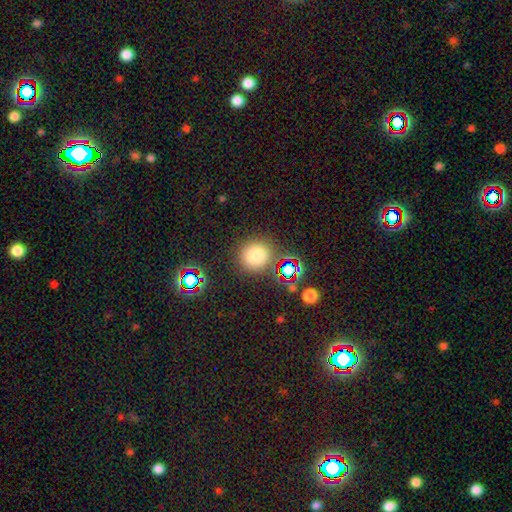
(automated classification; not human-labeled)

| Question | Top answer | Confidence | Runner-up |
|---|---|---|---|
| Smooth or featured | smooth | 75% | star or artifact (18%) |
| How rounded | round | 90% | in between (9%) |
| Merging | none | 82% | minor disturbance (9%) |